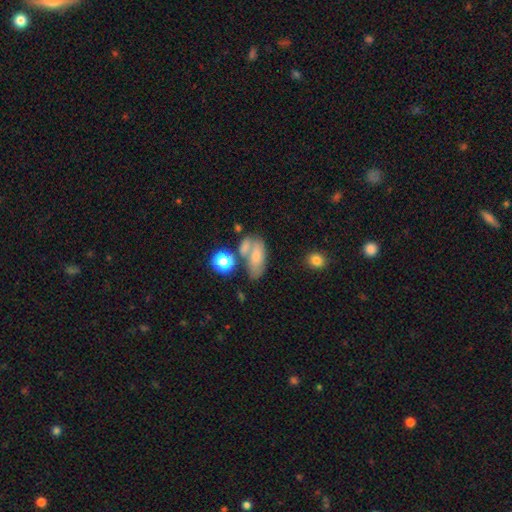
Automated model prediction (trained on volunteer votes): Overall: smooth (66%). How rounded: in between (84%). Merging: none (36%; merger 34%).